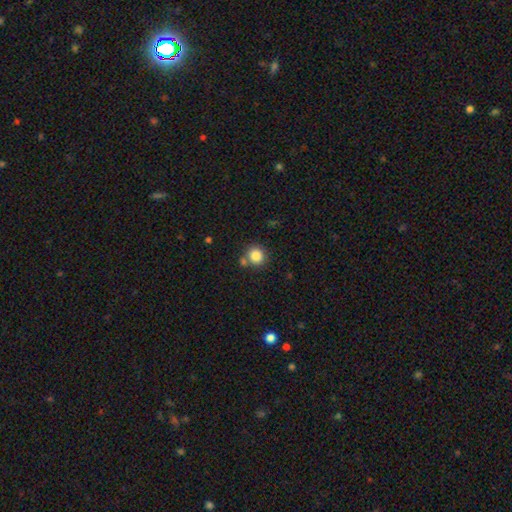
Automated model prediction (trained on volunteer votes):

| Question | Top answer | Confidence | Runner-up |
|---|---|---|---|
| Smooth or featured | smooth | 85% | star or artifact (11%) |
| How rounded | round | 89% | in between (10%) |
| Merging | none | 72% | merger (14%) |